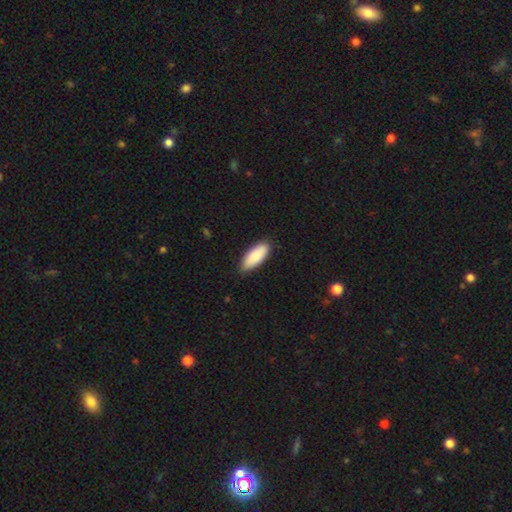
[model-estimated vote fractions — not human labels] Smooth or featured? Predicted: smooth (p=0.89). How rounded? Predicted: in between (p=0.78). Merging? Predicted: none (p=0.84).